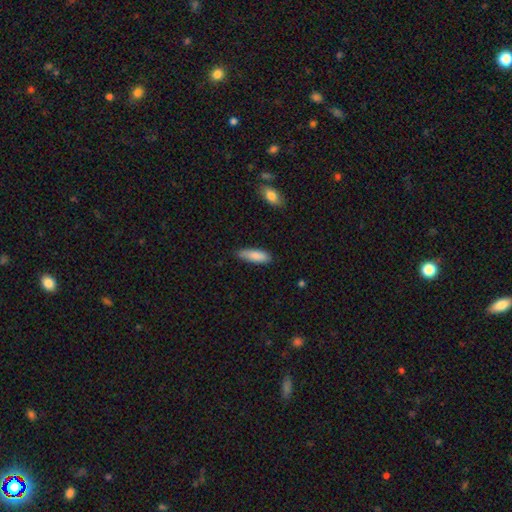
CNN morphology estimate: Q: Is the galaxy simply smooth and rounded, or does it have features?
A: smooth — 86%.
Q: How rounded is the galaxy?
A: in between — 51%.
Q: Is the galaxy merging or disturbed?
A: none — 76%.